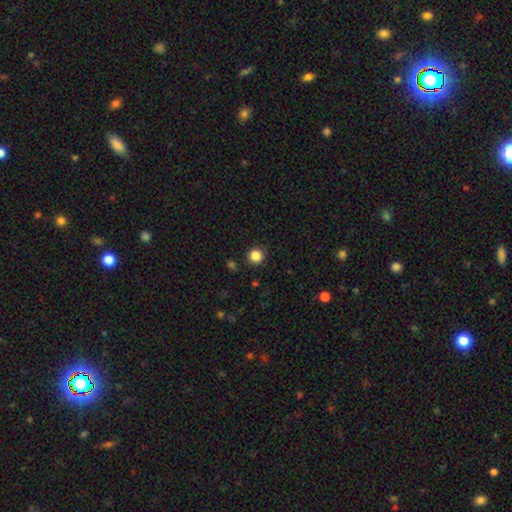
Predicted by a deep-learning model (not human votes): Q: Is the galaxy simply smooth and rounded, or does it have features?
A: smooth — 85%.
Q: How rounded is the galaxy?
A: round — 94%.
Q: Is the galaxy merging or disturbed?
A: none — 90%.